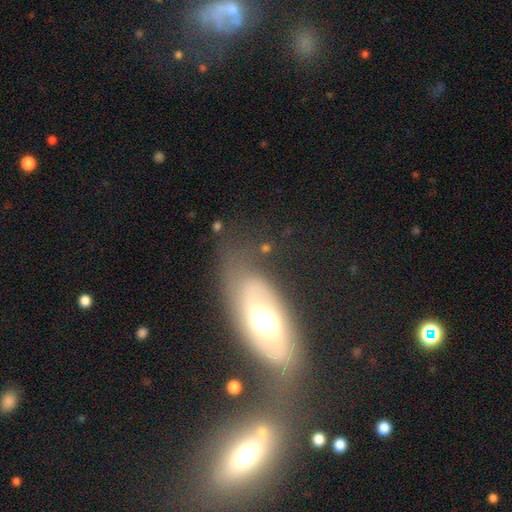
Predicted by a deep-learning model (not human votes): This is likely a featured or disk galaxy (66%). It is clearly not viewed edge-on (85%). Bar: likely no (62%). Spiral arm pattern: likely yes (73%). Central bulge: possibly moderate (59%). Merging: possibly none (55%).